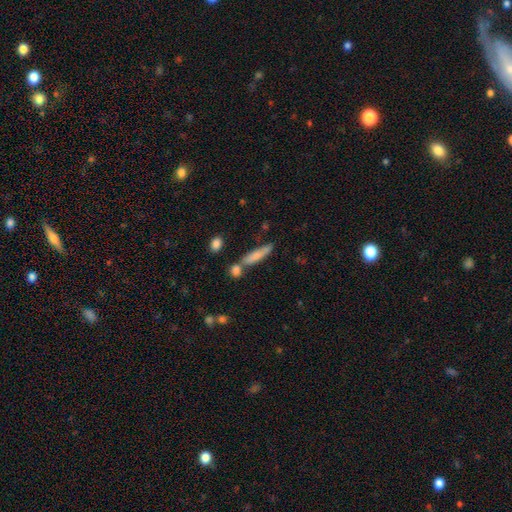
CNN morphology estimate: This is likely a smooth galaxy (71%). How rounded: clearly cigar-shaped (84%). Merging: likely none (65%).